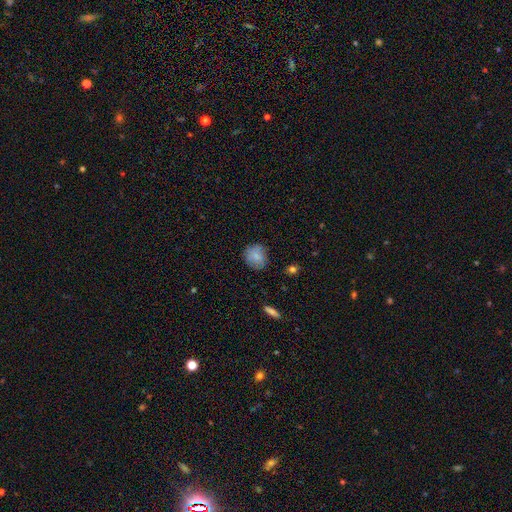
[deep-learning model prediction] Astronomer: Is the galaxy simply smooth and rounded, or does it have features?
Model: smooth — 80%.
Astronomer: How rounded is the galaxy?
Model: round — 80%.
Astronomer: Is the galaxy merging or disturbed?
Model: none — 75%.